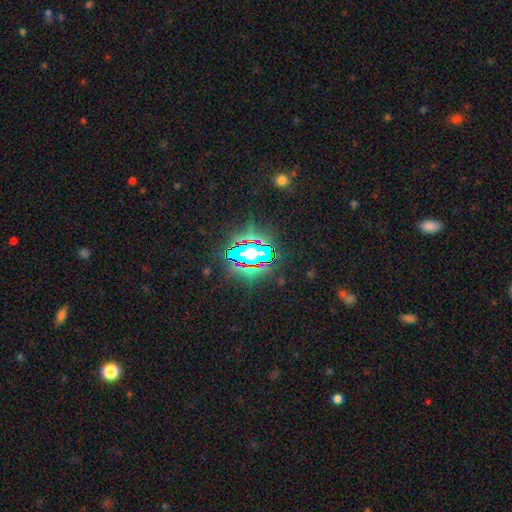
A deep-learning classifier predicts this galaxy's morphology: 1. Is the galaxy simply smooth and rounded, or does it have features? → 76% star or artifact, 13% smooth, 11% featured or disk.